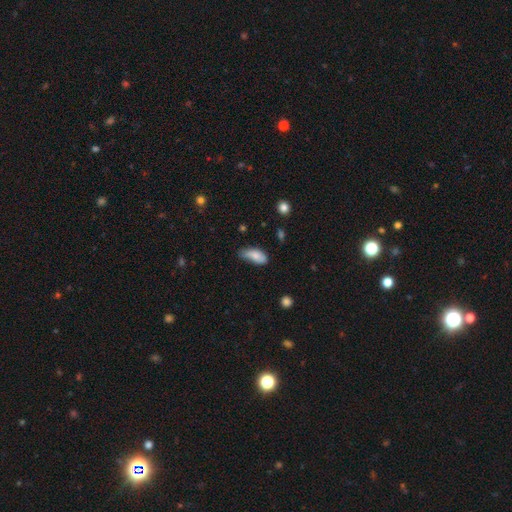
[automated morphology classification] smooth 77%, featured or disk 16%, star or artifact 7%. Down the decision tree: how rounded — in between (87%); merging — none (43%).